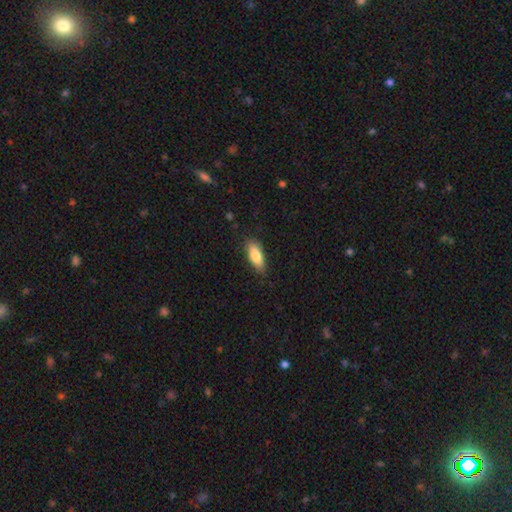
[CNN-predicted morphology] Smooth or featured? Predicted: smooth (p=0.81). How rounded? Predicted: in between (p=0.72). Merging? Predicted: none (p=0.82).